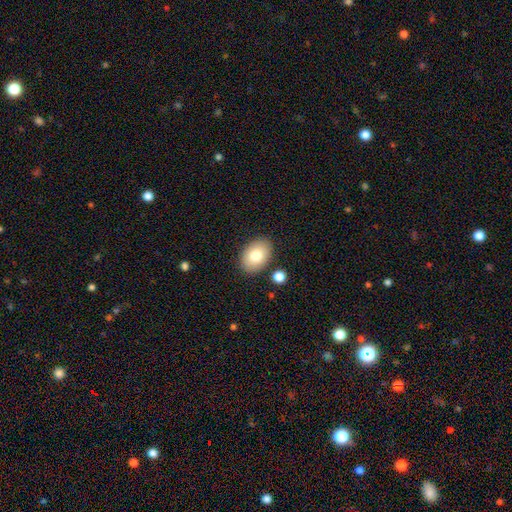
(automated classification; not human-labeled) Morphology: type=smooth (80%); roundness=in between (83%); merging=none (85%).